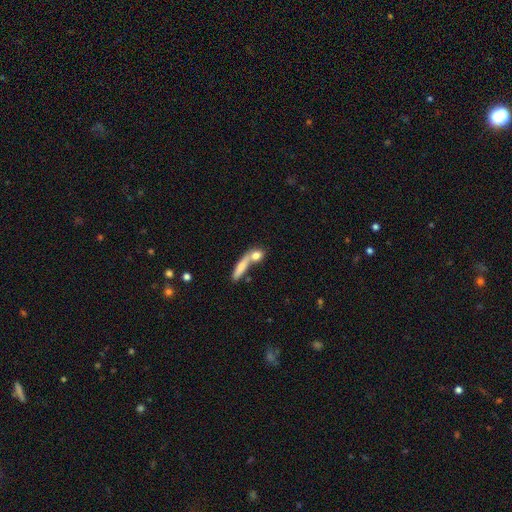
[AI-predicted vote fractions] Smooth or featured?
  - smooth: 74% *
  - featured or disk: 18%
  - star or artifact: 8%
How rounded?
  - round: 36% *
  - in between: 35%
  - cigar-shaped: 28%
Merging?
  - merger: 48% *
  - none: 37%
  - minor disturbance: 9%
  - major disturbance: 6%